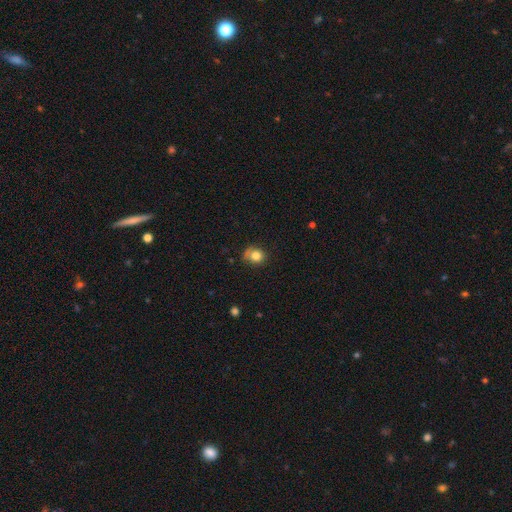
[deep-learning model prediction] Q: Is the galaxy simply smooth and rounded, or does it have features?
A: smooth — 81%.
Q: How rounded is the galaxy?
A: round — 69%.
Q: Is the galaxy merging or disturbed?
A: none — 57%.